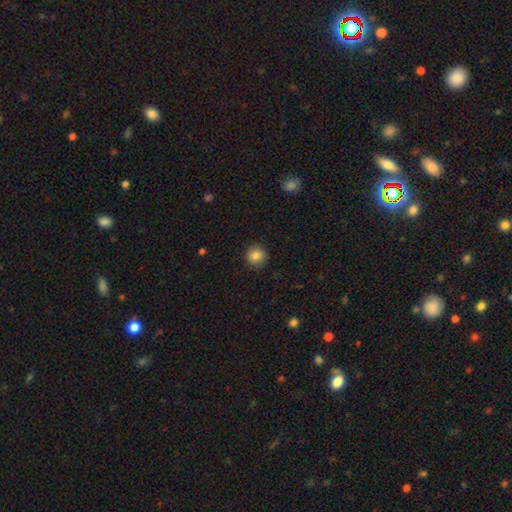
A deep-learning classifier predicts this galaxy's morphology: Smooth or featured? Predicted: smooth (p=0.85). How rounded? Predicted: round (p=0.93). Merging? Predicted: none (p=0.91).